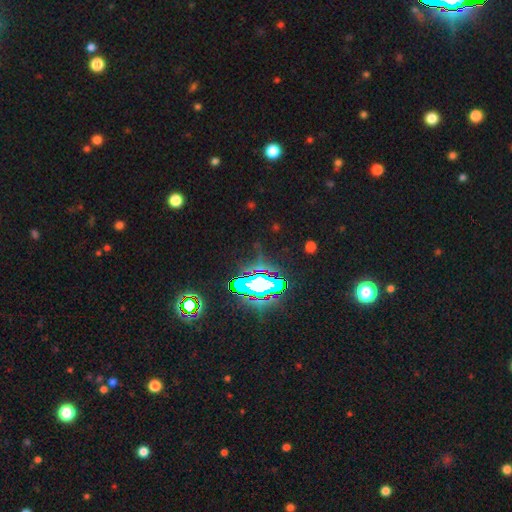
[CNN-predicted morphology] A star or artifact, not a galaxy (80%).

Vote fractions:
- Smooth or featured? star or artifact: 80% / smooth: 11% / featured or disk: 9%